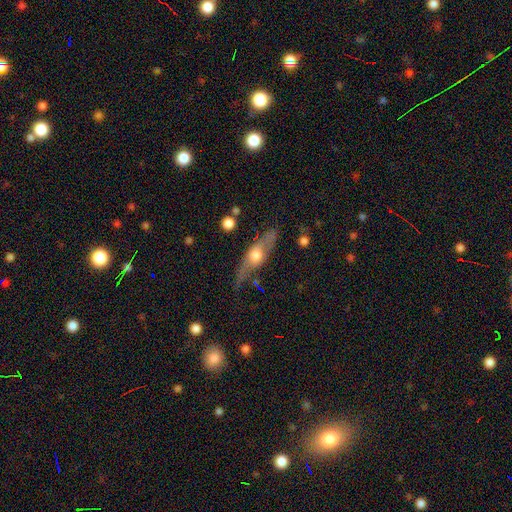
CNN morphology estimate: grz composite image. It shows a featured or disk galaxy (60%) viewed edge-on (78%). Merging: none (66%).